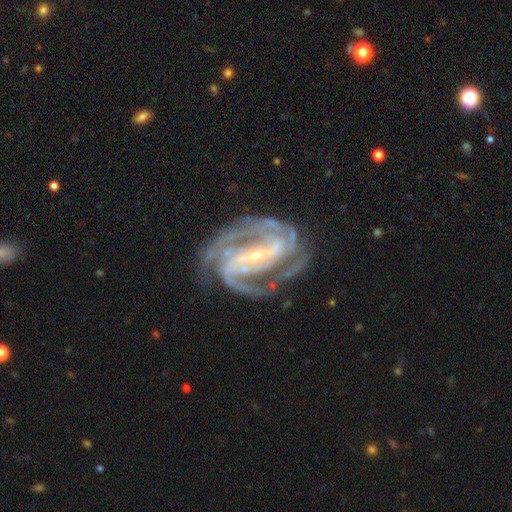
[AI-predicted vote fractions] Morphology: type=featured or disk (93%); edge-on=no (97%); bar=strong (65%); spiral arms=yes (99%); winding=tight (59%); arm count=2 (41%); bulge=small (76%); merging=none (73%).